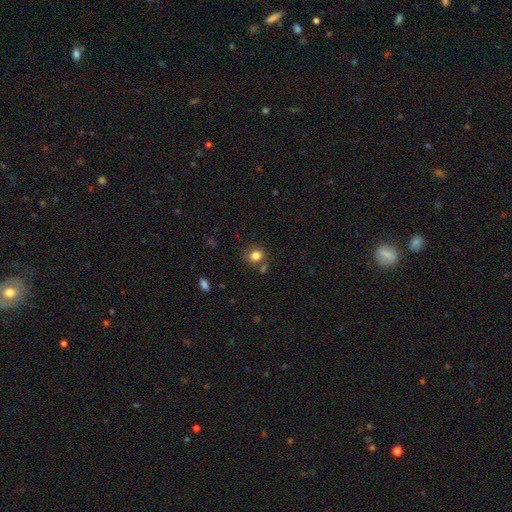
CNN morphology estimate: This is clearly a smooth galaxy (82%). How rounded: likely round (69%). Merging: likely none (69%).